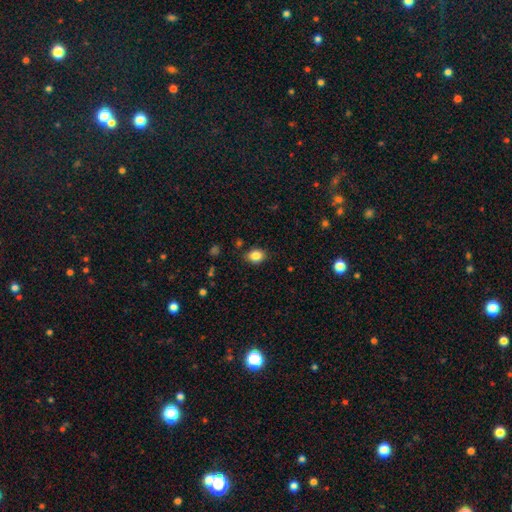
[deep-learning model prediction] Q: Smooth or featured?
A: smooth (85%); runner-up: star or artifact (10%)
Q: How rounded?
A: in between (60%); runner-up: round (39%)
Q: Merging?
A: none (84%); runner-up: minor disturbance (11%)